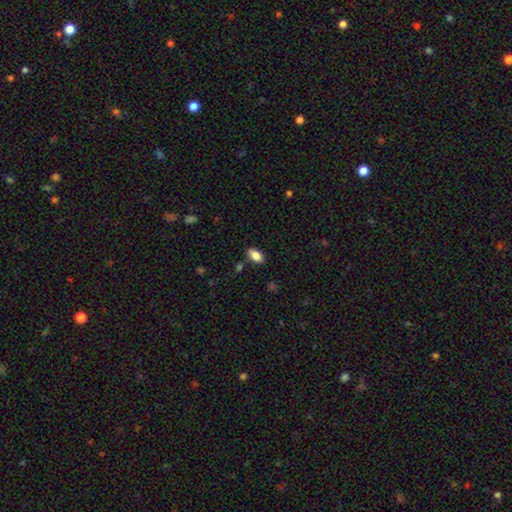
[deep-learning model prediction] Smooth or featured? Predicted: smooth (p=0.86). How rounded? Predicted: in between (p=0.92). Merging? Predicted: none (p=0.84).